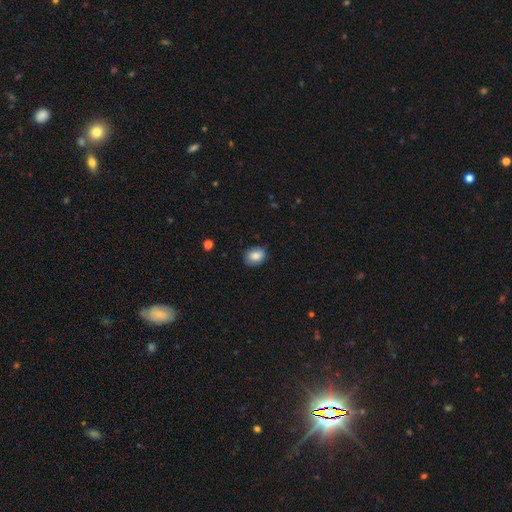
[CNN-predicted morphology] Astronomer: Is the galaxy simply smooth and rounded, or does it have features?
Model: smooth — 85%.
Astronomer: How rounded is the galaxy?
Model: in between — 58% (runner-up: round, 41%).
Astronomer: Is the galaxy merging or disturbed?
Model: none — 80%.